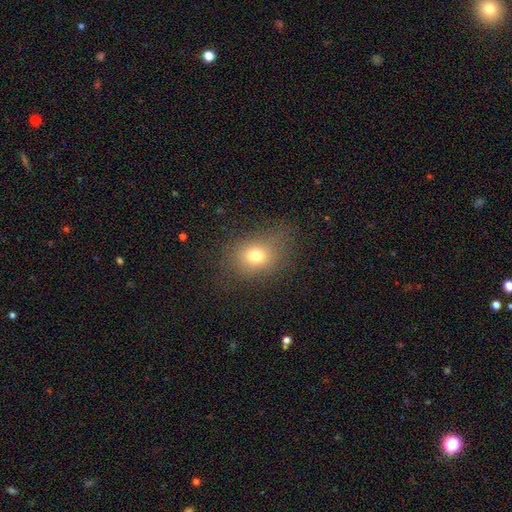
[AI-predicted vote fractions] The model was most divided on "how rounded": round: 52%, in between: 46%, cigar-shaped: 1%. More confident: merging — none (76%); smooth or featured — smooth (72%).